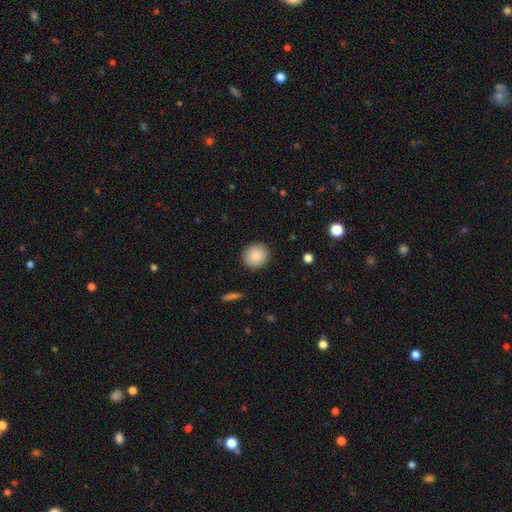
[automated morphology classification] Smooth or featured? Predicted: smooth (p=0.87). How rounded? Predicted: round (p=0.84). Merging? Predicted: none (p=0.91).